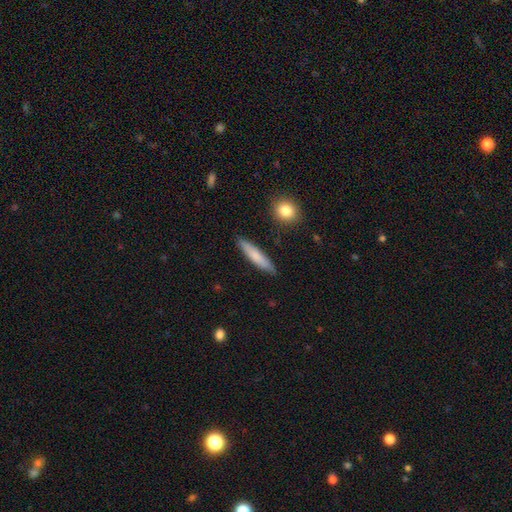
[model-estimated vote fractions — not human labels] Q: Smooth or featured?
A: smooth (76%); runner-up: featured or disk (18%)
Q: How rounded?
A: cigar-shaped (85%); runner-up: in between (13%)
Q: Merging?
A: none (88%); runner-up: minor disturbance (9%)